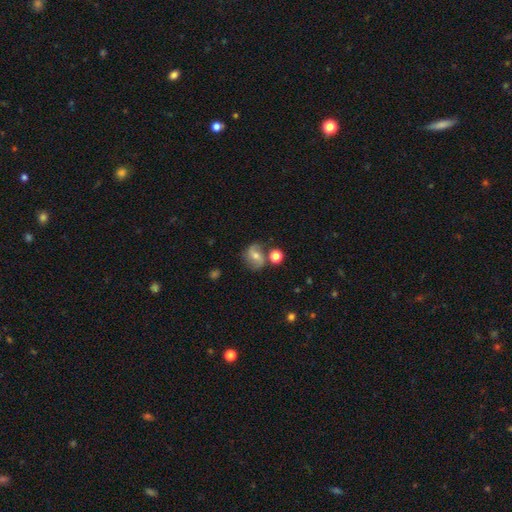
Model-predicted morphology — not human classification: smooth_or_featured: featured or disk (p=0.55) [alt: smooth p=0.33]
disk_edge_on: no (p=0.97) [alt: yes p=0.03]
bar: no (p=0.45) [alt: weak p=0.38]
has_spiral_arms: yes (p=0.85) [alt: no p=0.15]
bulge_size: moderate (p=0.58) [alt: small p=0.35]
merging: none (p=0.70) [alt: minor disturbance p=0.16]